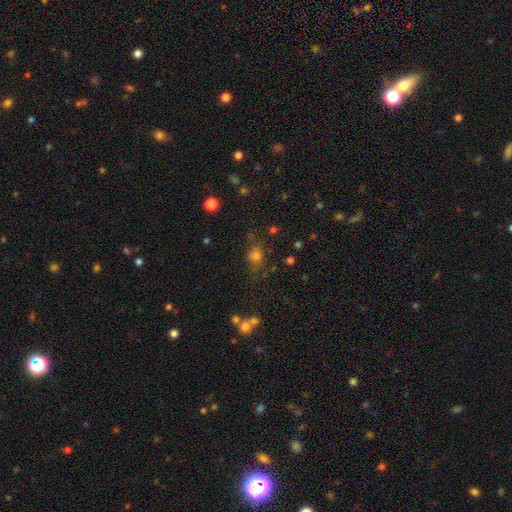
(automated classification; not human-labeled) smooth-or-featured: smooth: 62% | star or artifact: 25% | featured or disk: 13%
  how-rounded: round: 54% | in between: 43% | cigar-shaped: 3%
  merging: none: 61% | minor disturbance: 19% | major disturbance: 11% | merger: 8%